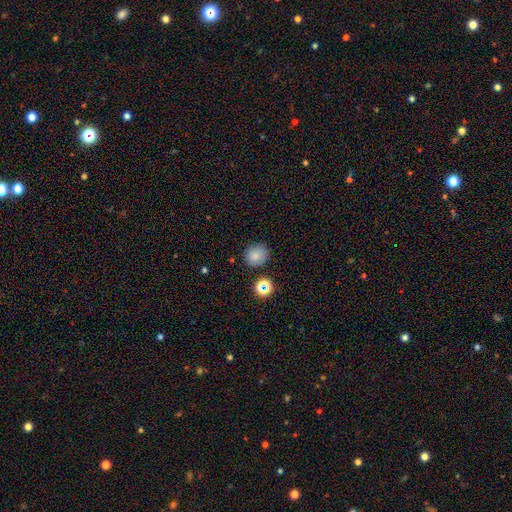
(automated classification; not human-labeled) Smooth or featured? Predicted: smooth (p=0.78). How rounded? Predicted: round (p=0.83). Merging? Predicted: none (p=0.83).